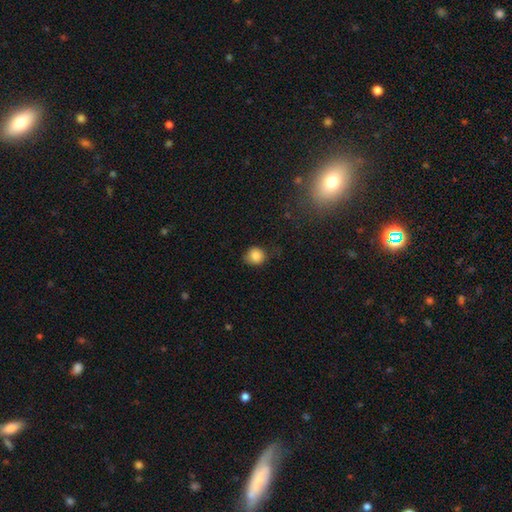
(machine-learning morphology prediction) Smooth or featured: smooth — 85% (star or artifact — 10%)
How rounded: round — 82% (in between — 17%)
Merging: none — 72% (minor disturbance — 22%)